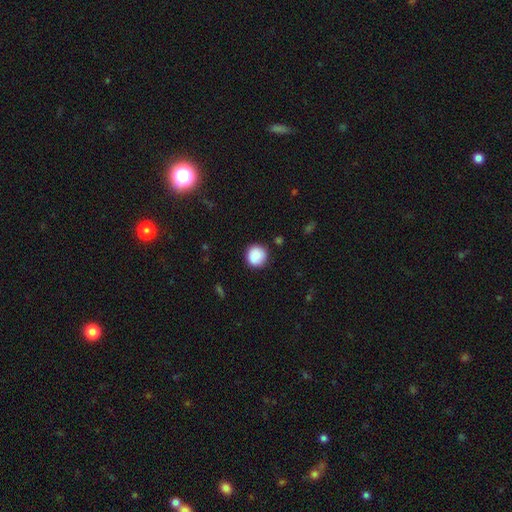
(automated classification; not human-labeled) smooth_or_featured: smooth (p=0.85) [alt: star or artifact p=0.08]
how_rounded: round (p=0.94) [alt: in between p=0.05]
merging: none (p=0.86) [alt: minor disturbance p=0.10]